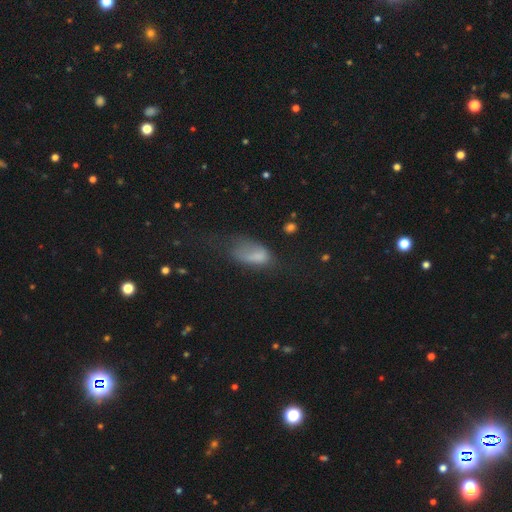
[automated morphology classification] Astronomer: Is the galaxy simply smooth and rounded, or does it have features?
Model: smooth — 67%.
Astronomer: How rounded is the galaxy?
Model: in between — 87%.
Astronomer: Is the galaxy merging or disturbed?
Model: major disturbance — 49% (runner-up: minor disturbance, 25%).